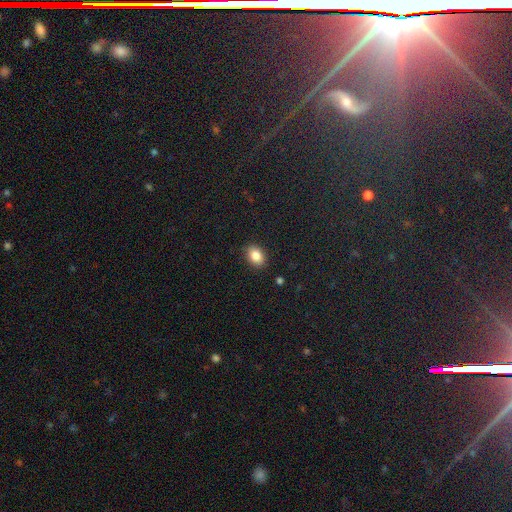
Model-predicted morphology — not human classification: A smooth galaxy with no disk features (85%) that is in between round and cigar-shaped (78%).

Vote fractions:
- Smooth or featured? smooth: 85% / star or artifact: 9% / featured or disk: 6%
- How rounded? in between: 78% / round: 20% / cigar-shaped: 1%
- Merging? none: 87% / minor disturbance: 9% / major disturbance: 2% / merger: 1%